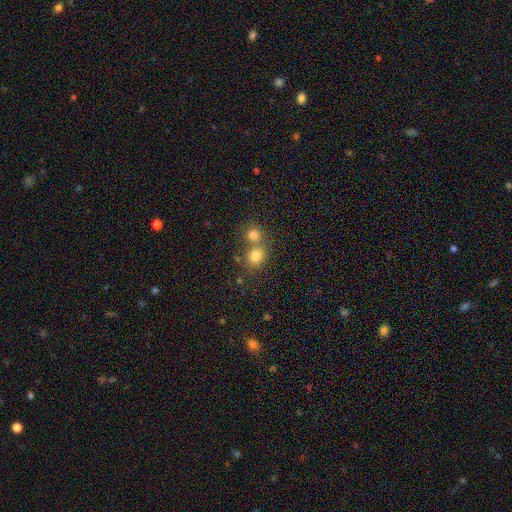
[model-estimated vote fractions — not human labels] The model was most divided on "merging": none: 46%, merger: 44%, minor disturbance: 7%, major disturbance: 3%. More confident: smooth or featured — smooth (78%); how rounded — round (78%).